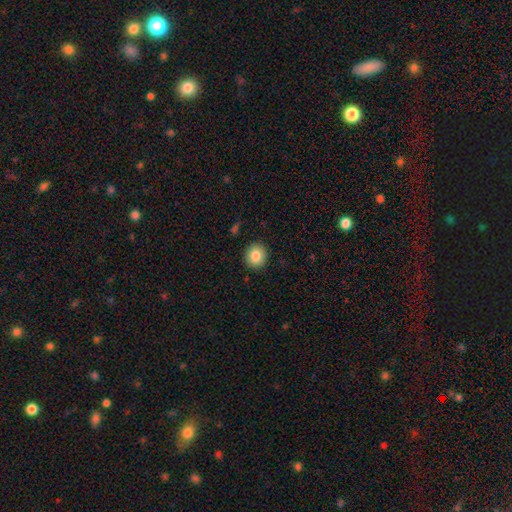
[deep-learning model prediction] smooth_or_featured: smooth (p=0.85) [alt: star or artifact p=0.09]
how_rounded: round (p=0.84) [alt: in between p=0.15]
merging: none (p=0.90) [alt: minor disturbance p=0.07]